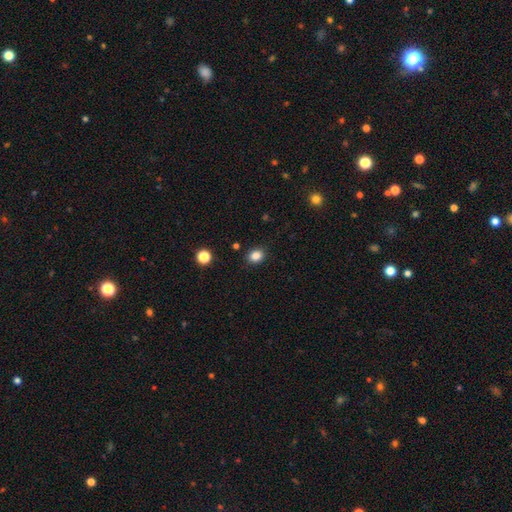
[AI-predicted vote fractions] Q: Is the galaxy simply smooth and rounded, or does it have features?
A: smooth — 84%.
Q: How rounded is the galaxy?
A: round — 59%.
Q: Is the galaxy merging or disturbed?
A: none — 88%.